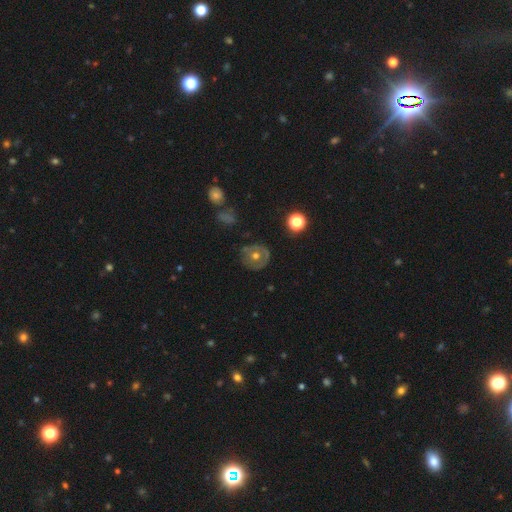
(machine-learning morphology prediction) featured or disk 47%, smooth 43%, star or artifact 10%. Down the decision tree: merging — none (75%).